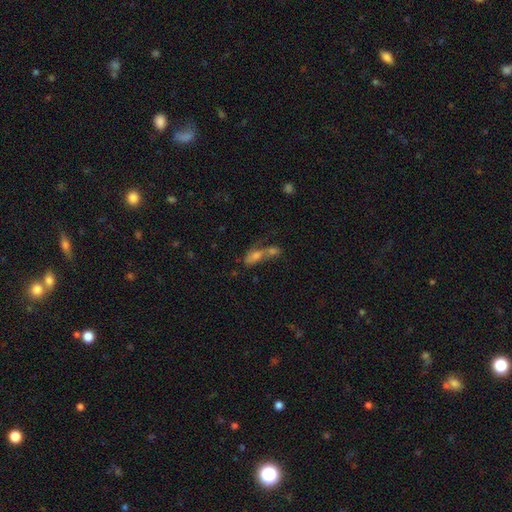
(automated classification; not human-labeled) Smooth or featured: smooth — 57% (featured or disk — 28%)
How rounded: in between — 74% (cigar-shaped — 19%)
Merging: merger — 62% (none — 18%)